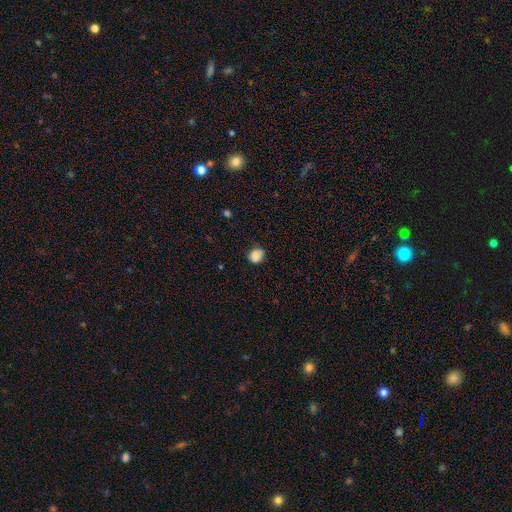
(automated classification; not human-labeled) Smooth or featured? Predicted: smooth (p=0.86). How rounded? Predicted: round (p=0.71). Merging? Predicted: none (p=0.75).